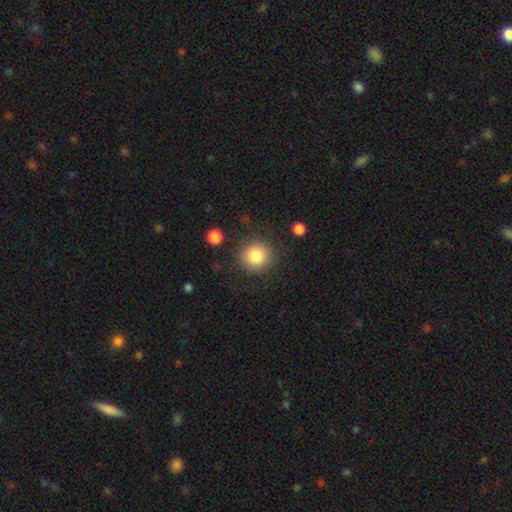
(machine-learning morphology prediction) smooth-or-featured: smooth: 84% | star or artifact: 9% | featured or disk: 7%
  how-rounded: round: 92% | in between: 7% | cigar-shaped: 1%
  merging: none: 86% | minor disturbance: 8% | major disturbance: 4% | merger: 2%